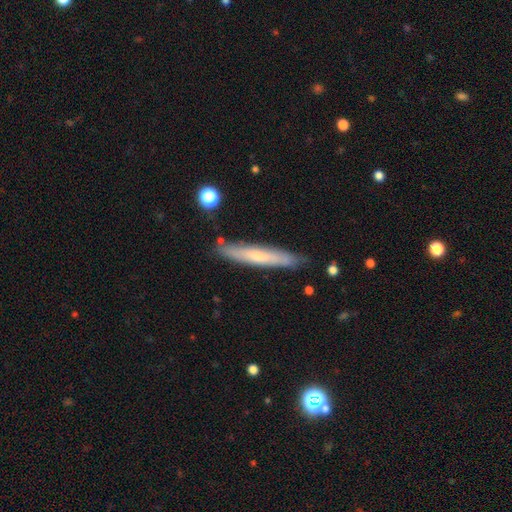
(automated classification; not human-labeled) smooth_or_featured: smooth (p=0.52) [alt: featured or disk p=0.42]
how_rounded: cigar-shaped (p=0.93) [alt: in between p=0.05]
merging: none (p=0.85) [alt: minor disturbance p=0.11]